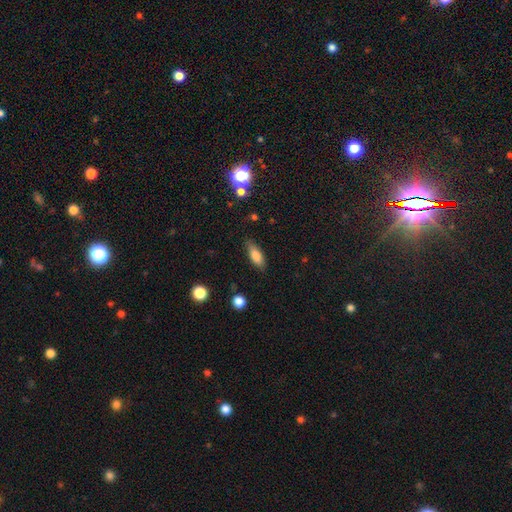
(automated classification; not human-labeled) Smooth or featured? Predicted: smooth (p=0.80). How rounded? Predicted: in between (p=0.69). Merging? Predicted: none (p=0.81).